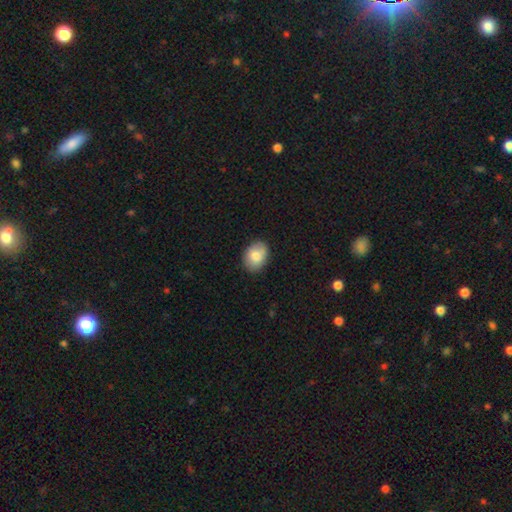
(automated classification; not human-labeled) Smooth or featured? smooth (82%)
How rounded? in between (73%)
Merging? none (84%)